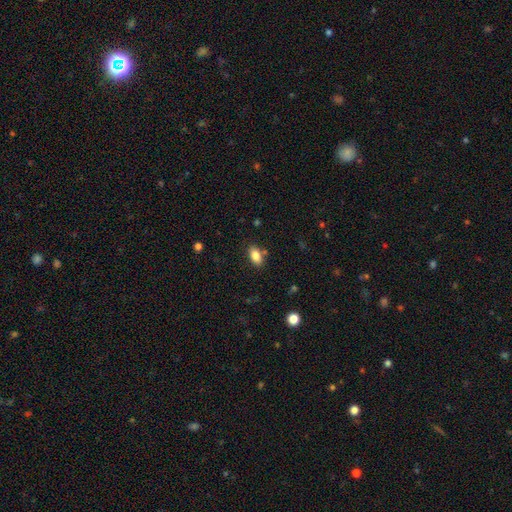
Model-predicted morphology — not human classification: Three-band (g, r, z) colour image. It shows a smooth galaxy with no disk features (85%) that is in between round and cigar-shaped (91%). Merging: none (81%).